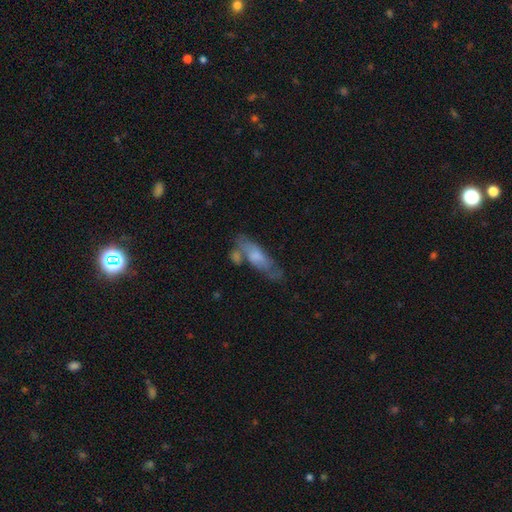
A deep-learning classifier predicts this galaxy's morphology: smooth 55%, featured or disk 38%, star or artifact 7%. Down the decision tree: how rounded — in between (55%); merging — none (45%).